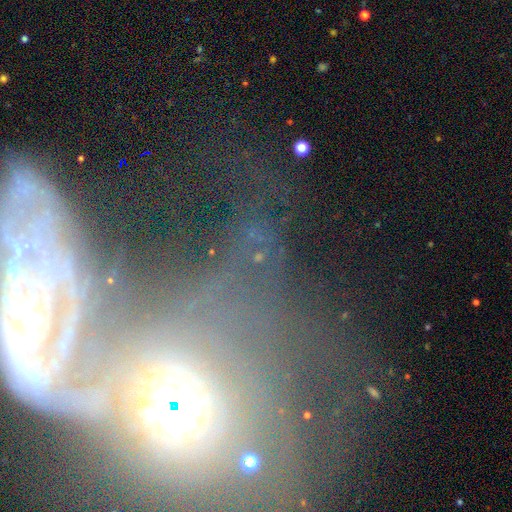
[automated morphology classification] Smooth or featured? featured or disk (52%)
Edge-on disk? no (83%)
Merging? none (41%)